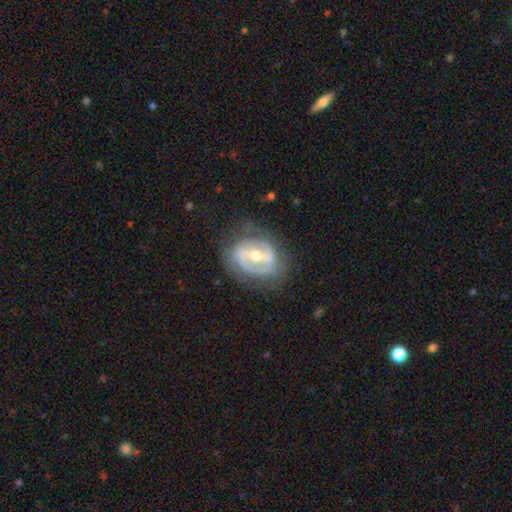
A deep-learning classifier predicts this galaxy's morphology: Smooth or featured? featured or disk (80%)
Edge-on disk? no (96%)
Bar? strong (46%)
Spiral arms? yes (74%)
Spiral winding? tight (41%)
Spiral arm count? 2 (67%)
Bulge size? moderate (60%)
Merging? none (69%)